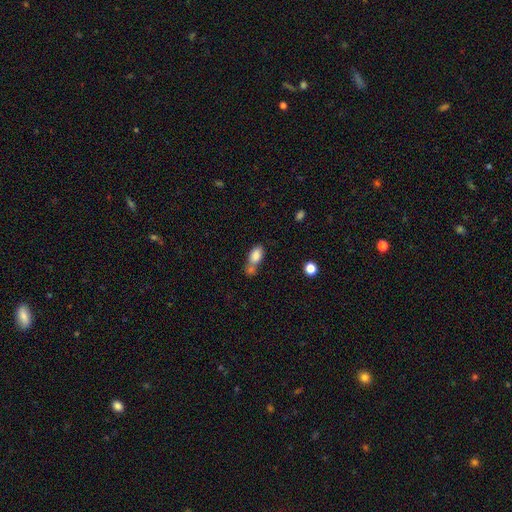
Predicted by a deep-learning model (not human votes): The model was most divided on "merging": merger: 51%, none: 29%, minor disturbance: 13%, major disturbance: 7%. More confident: how rounded — in between (87%); smooth or featured — smooth (82%).